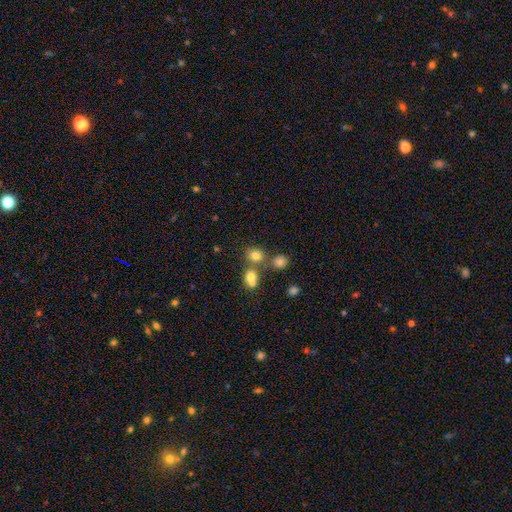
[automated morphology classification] Q: Smooth or featured?
A: smooth (75%); runner-up: star or artifact (16%)
Q: How rounded?
A: round (76%); runner-up: in between (23%)
Q: Merging?
A: none (57%); runner-up: merger (30%)